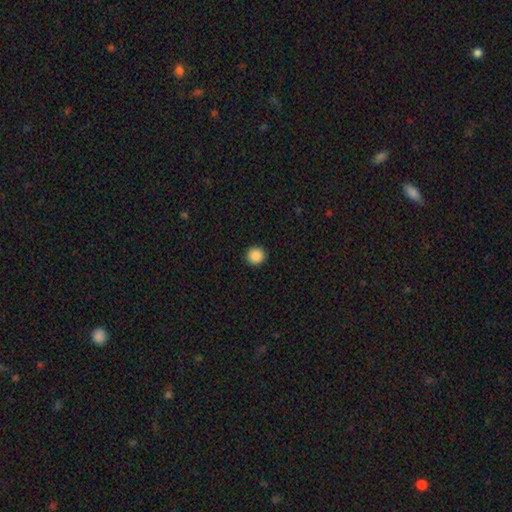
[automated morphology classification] This is clearly a smooth galaxy (88%). How rounded: clearly round (95%). Merging: clearly none (93%).